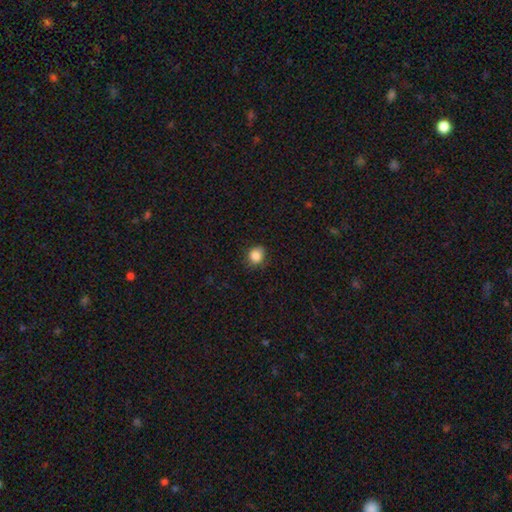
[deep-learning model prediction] A smooth galaxy with no disk features (86%) that is round (78%).

Vote fractions:
- Smooth or featured? smooth: 86% / star or artifact: 10% / featured or disk: 4%
- How rounded? round: 78% / in between: 21% / cigar-shaped: 1%
- Merging? none: 81% / minor disturbance: 15% / major disturbance: 3% / merger: 1%